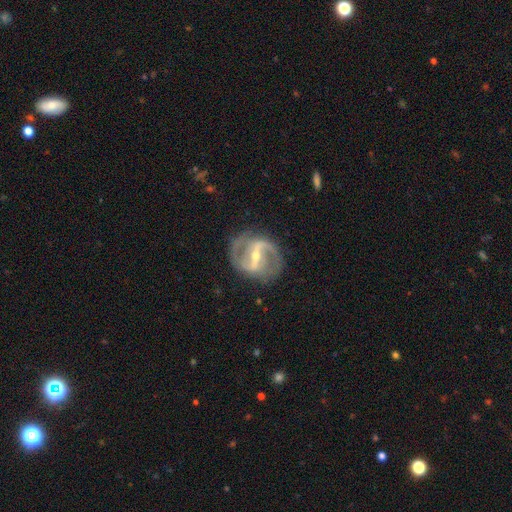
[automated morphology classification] Smooth or featured: featured or disk — 90% (star or artifact — 5%)
Edge-on disk: no — 96% (yes — 4%)
Bar: strong — 68% (weak — 26%)
Spiral arms: yes — 95% (no — 5%)
Spiral winding: medium — 55% (tight — 23%)
Spiral arm count: 2 — 90% (can't tell — 4%)
Bulge size: small — 52% (moderate — 45%)
Merging: none — 78% (minor disturbance — 14%)